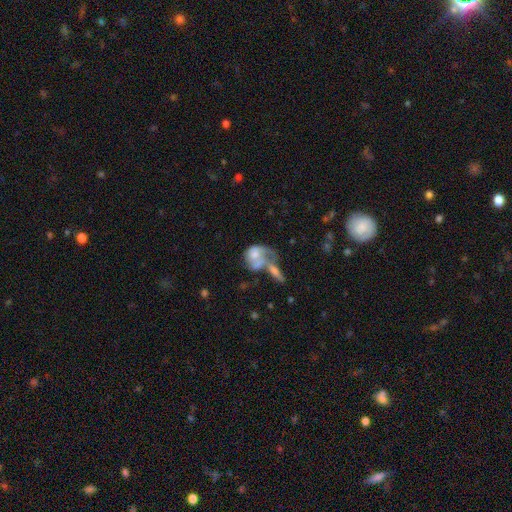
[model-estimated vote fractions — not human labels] Smooth or featured: smooth — 51% (featured or disk — 41%)
How rounded: in between — 62% (round — 35%)
Merging: merger — 55% (major disturbance — 17%)